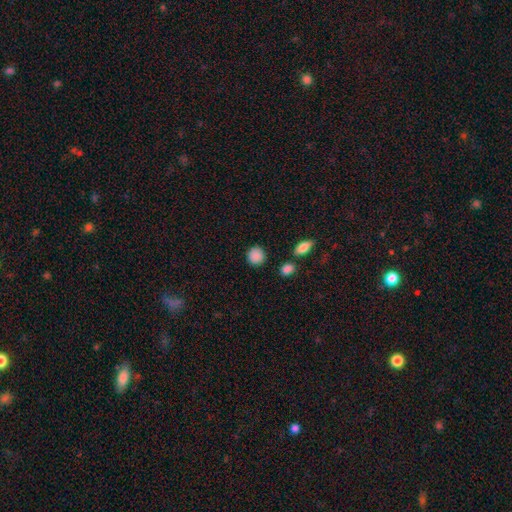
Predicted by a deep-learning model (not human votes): Smooth or featured? smooth (88%)
How rounded? round (88%)
Merging? none (86%)